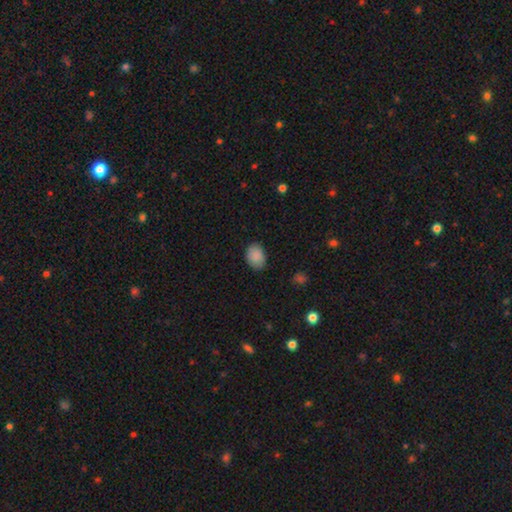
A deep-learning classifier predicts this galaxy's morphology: Smooth or featured? smooth (88%)
How rounded? in between (73%)
Merging? none (78%)